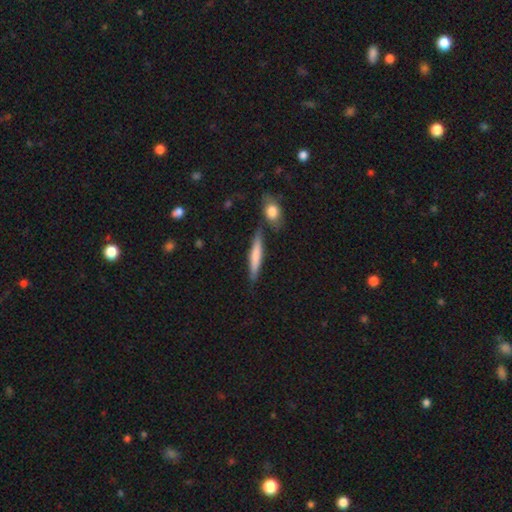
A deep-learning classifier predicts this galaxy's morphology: Overall: smooth (71%). How rounded: cigar-shaped (89%). Merging: none (77%).